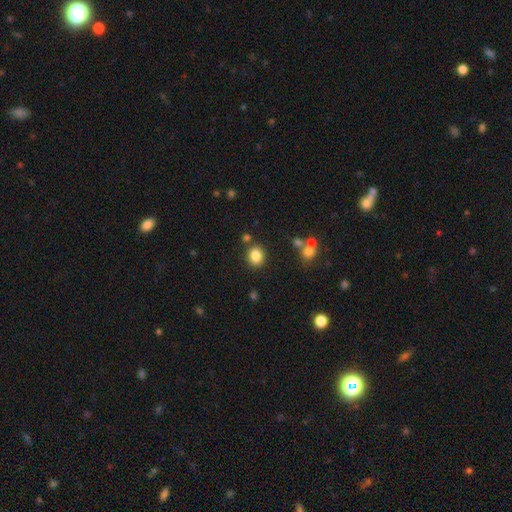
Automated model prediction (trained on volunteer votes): Smooth or featured? Predicted: smooth (p=0.84). How rounded? Predicted: round (p=0.63). Merging? Predicted: none (p=0.81).